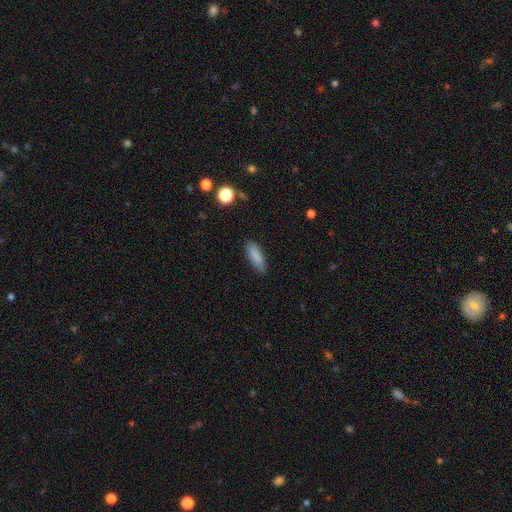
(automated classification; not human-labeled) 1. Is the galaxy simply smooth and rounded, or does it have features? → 86% smooth, 7% star or artifact, 6% featured or disk.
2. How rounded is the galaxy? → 63% in between, 35% cigar-shaped, 2% round.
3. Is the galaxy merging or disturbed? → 82% none, 14% minor disturbance, 3% major disturbance, 1% merger.